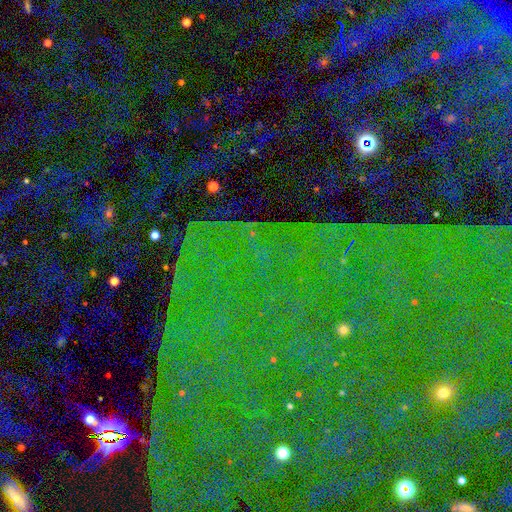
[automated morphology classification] Smooth or featured? Predicted: star or artifact (p=0.85).